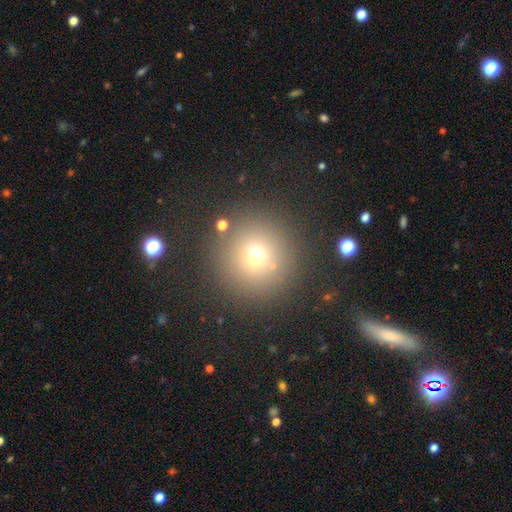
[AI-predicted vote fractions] Q: Smooth or featured?
A: smooth (68%); runner-up: star or artifact (21%)
Q: How rounded?
A: round (95%); runner-up: in between (4%)
Q: Merging?
A: none (84%); runner-up: minor disturbance (7%)